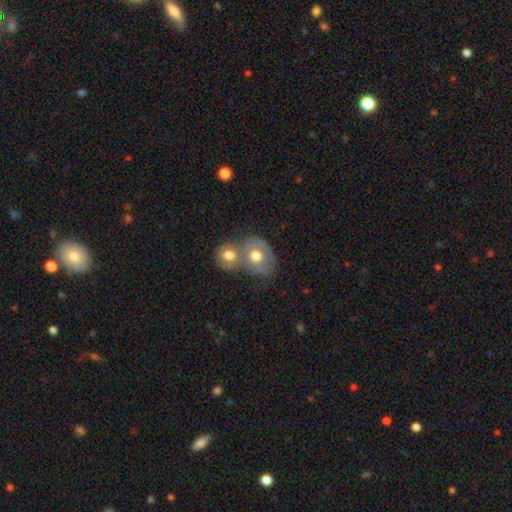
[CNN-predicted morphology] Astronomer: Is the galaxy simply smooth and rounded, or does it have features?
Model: smooth — 52% (runner-up: featured or disk, 41%).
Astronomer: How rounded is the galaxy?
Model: round — 63%.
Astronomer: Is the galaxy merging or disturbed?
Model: merger — 66%.